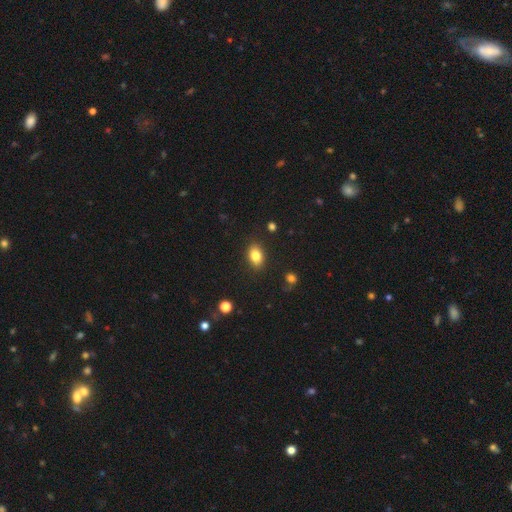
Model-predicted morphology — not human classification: The model was most divided on "how rounded": in between: 80%, round: 19%, cigar-shaped: 2%. More confident: merging — none (86%); smooth or featured — smooth (82%).